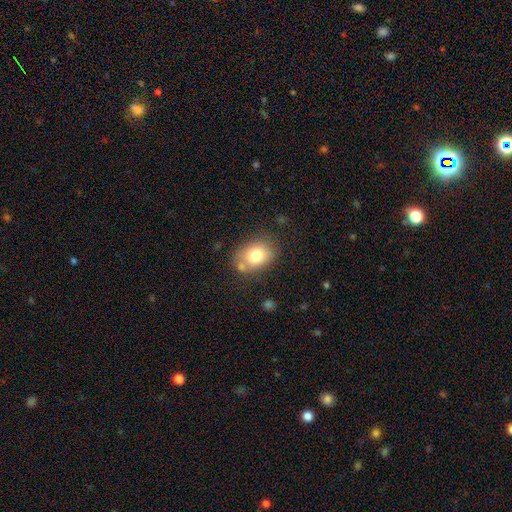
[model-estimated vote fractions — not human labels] The model was most divided on "how rounded": in between: 69%, round: 30%, cigar-shaped: 1%. More confident: smooth or featured — smooth (77%); merging — none (66%).